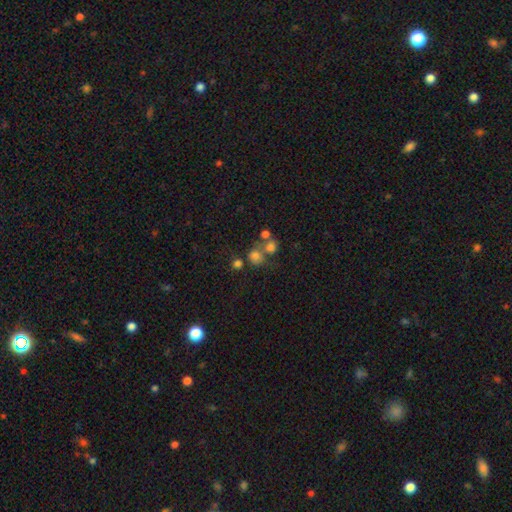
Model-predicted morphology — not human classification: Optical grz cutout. It shows a smooth galaxy with no disk features (67%) that is round (81%). Merging: none (46%).